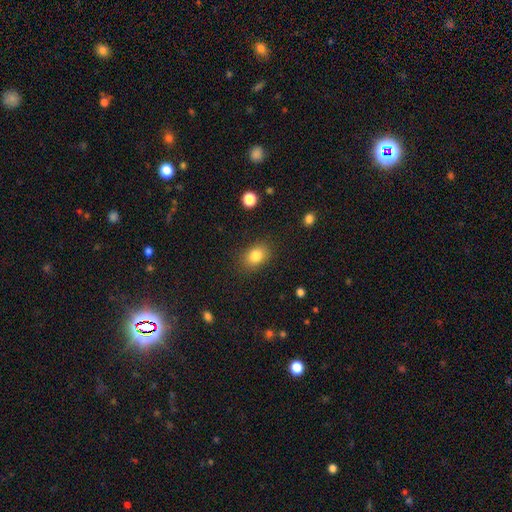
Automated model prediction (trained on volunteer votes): smooth 83%, star or artifact 10%, featured or disk 7%. Down the decision tree: how rounded — in between (68%); merging — none (85%).